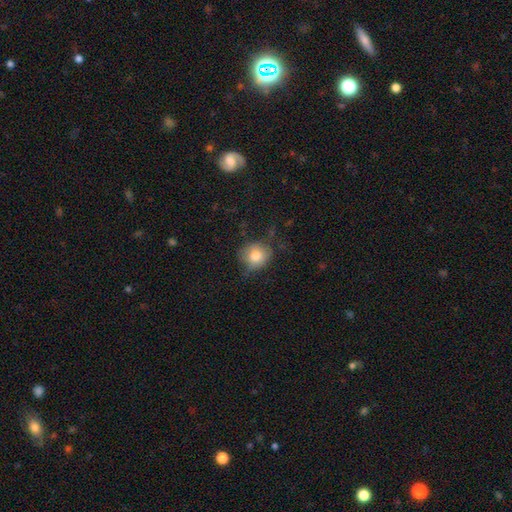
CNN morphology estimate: smooth 78%, featured or disk 12%, star or artifact 10%. Down the decision tree: how rounded — round (81%); merging — none (66%).